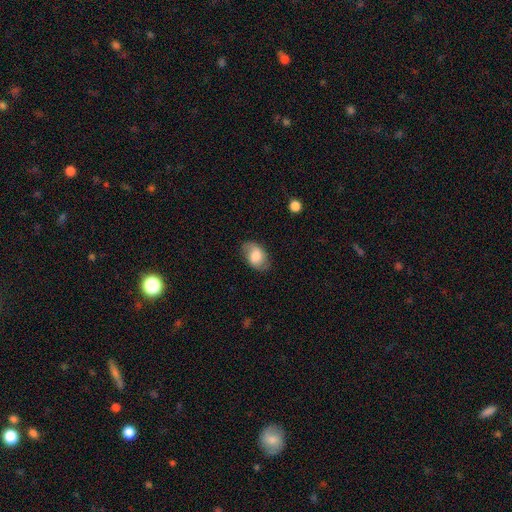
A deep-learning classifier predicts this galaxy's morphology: smooth_or_featured: smooth (p=0.72) [alt: featured or disk p=0.20]
how_rounded: in between (p=0.89) [alt: round p=0.10]
merging: none (p=0.78) [alt: minor disturbance p=0.16]